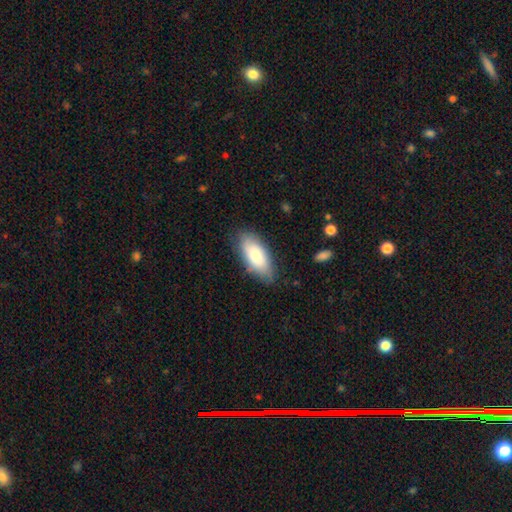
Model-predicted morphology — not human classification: smooth-or-featured: smooth: 80% | featured or disk: 14% | star or artifact: 6%
  how-rounded: in between: 85% | cigar-shaped: 13% | round: 2%
  merging: none: 79% | minor disturbance: 16% | major disturbance: 3% | merger: 1%